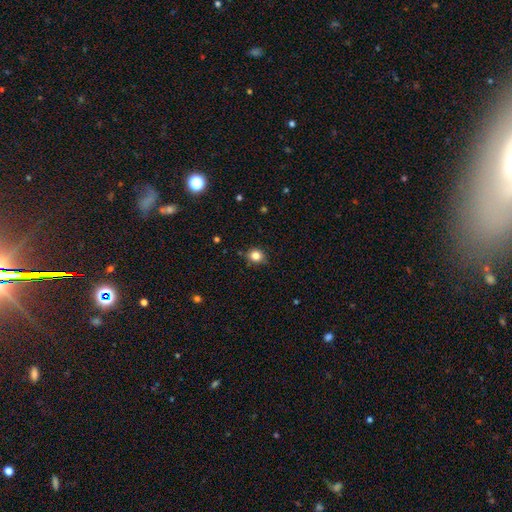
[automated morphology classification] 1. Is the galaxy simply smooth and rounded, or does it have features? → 83% smooth, 11% star or artifact, 6% featured or disk.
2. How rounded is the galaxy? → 76% round, 24% in between, 1% cigar-shaped.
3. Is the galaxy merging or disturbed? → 83% none, 13% minor disturbance, 2% major disturbance, 2% merger.